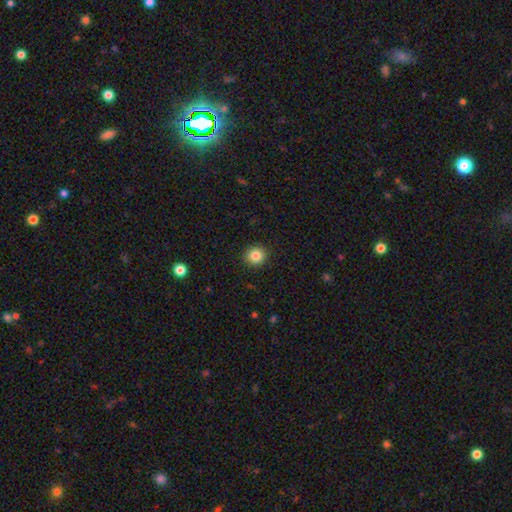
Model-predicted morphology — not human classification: smooth-or-featured: smooth: 84% | star or artifact: 10% | featured or disk: 6%
  how-rounded: round: 91% | in between: 8% | cigar-shaped: 1%
  merging: none: 92% | minor disturbance: 5% | major disturbance: 2% | merger: 1%